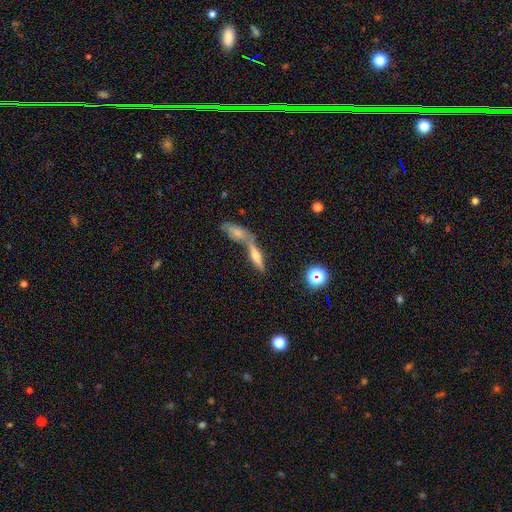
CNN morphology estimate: Smooth or featured: smooth — 46% (featured or disk — 44%)
Merging: none — 44% (tied with merger — 44%)